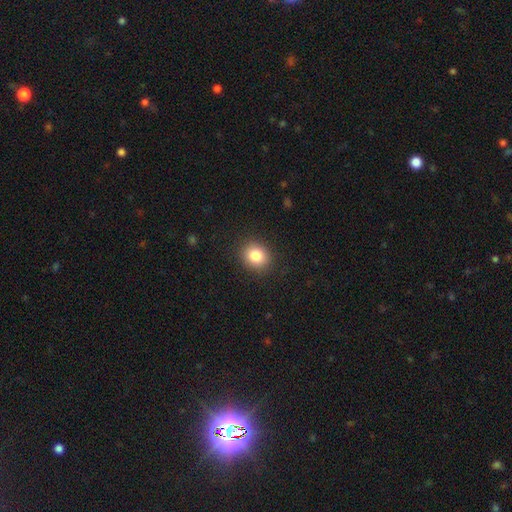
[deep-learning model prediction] smooth_or_featured: smooth (p=0.84) [alt: star or artifact p=0.10]
how_rounded: round (p=0.71) [alt: in between p=0.28]
merging: none (p=0.89) [alt: minor disturbance p=0.07]